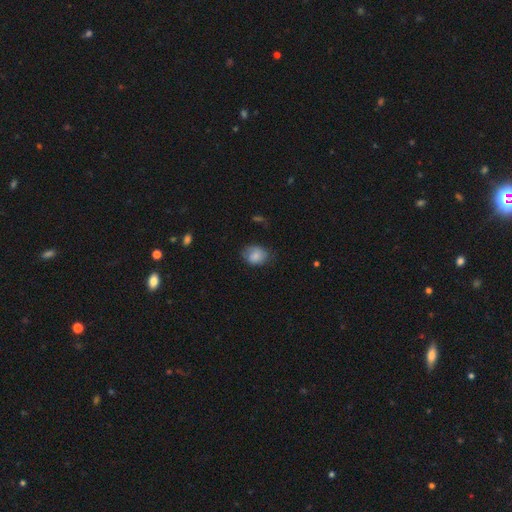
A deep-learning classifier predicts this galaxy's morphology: Smooth or featured? smooth (79%)
How rounded? in between (53%)
Merging? none (62%)